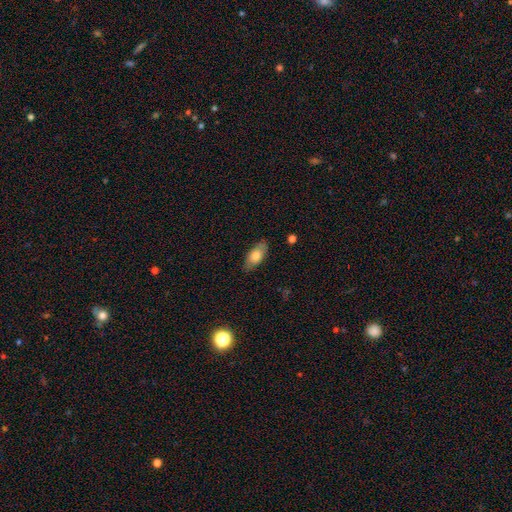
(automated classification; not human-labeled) smooth_or_featured: smooth (p=0.74) [alt: featured or disk p=0.19]
how_rounded: in between (p=0.87) [alt: cigar-shaped p=0.10]
merging: none (p=0.82) [alt: minor disturbance p=0.13]